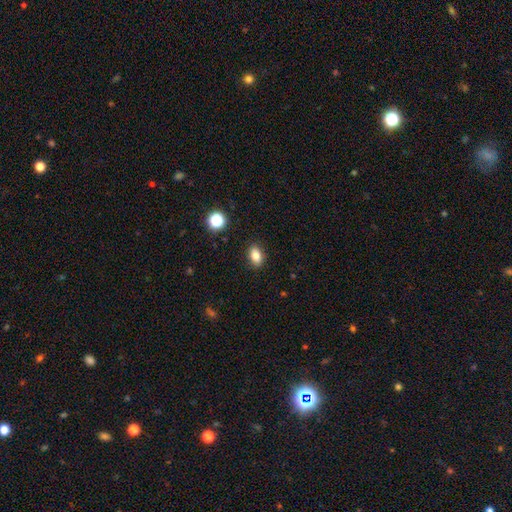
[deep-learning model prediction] smooth_or_featured: smooth (p=0.80) [alt: star or artifact p=0.10]
how_rounded: in between (p=0.83) [alt: round p=0.14]
merging: none (p=0.88) [alt: minor disturbance p=0.08]